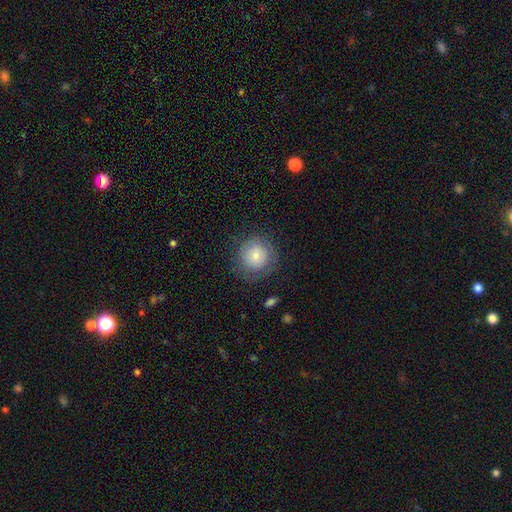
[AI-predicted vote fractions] This appears to be a smooth galaxy with no disk features (76%) that is round (94%). Merging: none (80%).